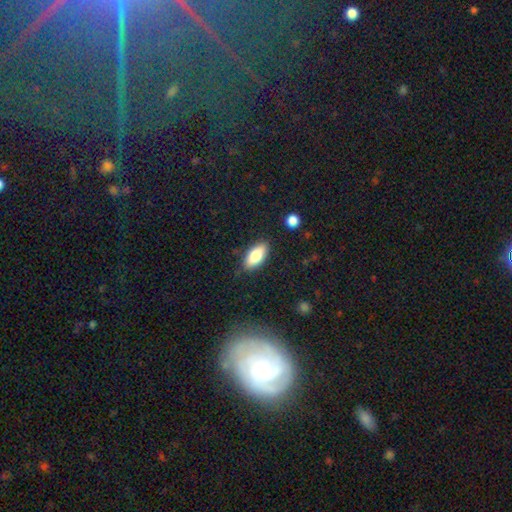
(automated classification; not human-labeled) A smooth galaxy with no disk features (80%) that is in between round and cigar-shaped (87%). Merging: none (85%).